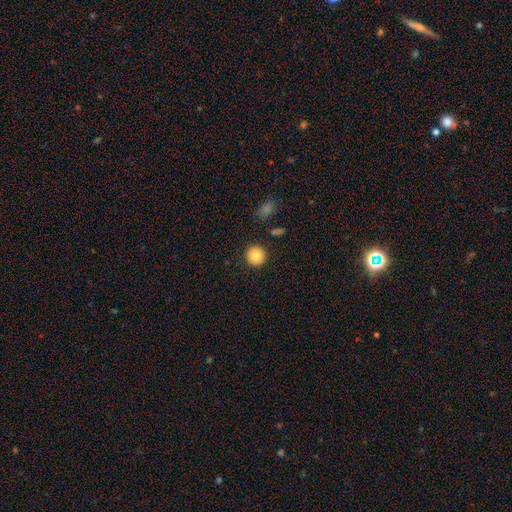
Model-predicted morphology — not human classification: Smooth or featured?
  - smooth: 84% *
  - star or artifact: 9%
  - featured or disk: 7%
How rounded?
  - round: 94% *
  - in between: 5%
  - cigar-shaped: 1%
Merging?
  - none: 91% *
  - minor disturbance: 6%
  - major disturbance: 2%
  - merger: 2%